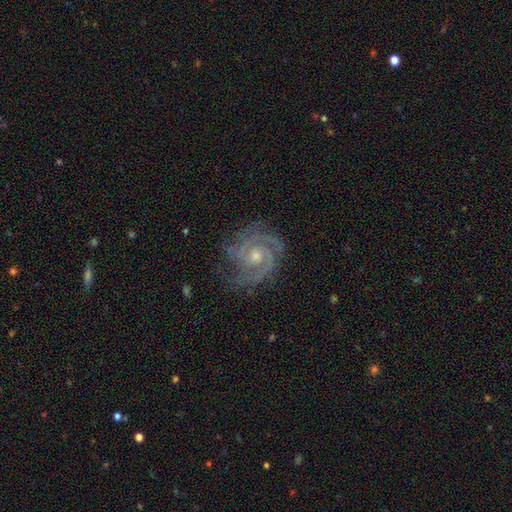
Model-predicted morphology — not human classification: Smooth or featured: featured or disk — 92% (star or artifact — 5%)
Edge-on disk: no — 98% (yes — 2%)
Bar: no — 69% (weak — 25%)
Spiral arms: yes — 98% (no — 2%)
Spiral winding: tight — 69% (medium — 28%)
Spiral arm count: 2 — 37% (tied with 3 — 37%)
Bulge size: moderate — 52% (small — 43%)
Merging: none — 74% (minor disturbance — 18%)